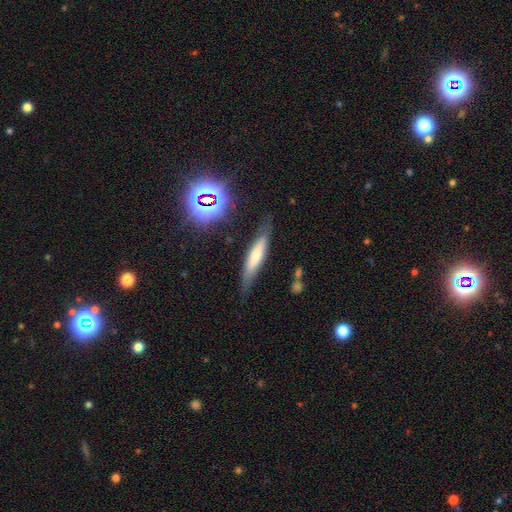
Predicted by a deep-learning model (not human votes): Smooth or featured? Predicted: smooth (p=0.55). How rounded? Predicted: cigar-shaped (p=0.82). Merging? Predicted: none (p=0.74).